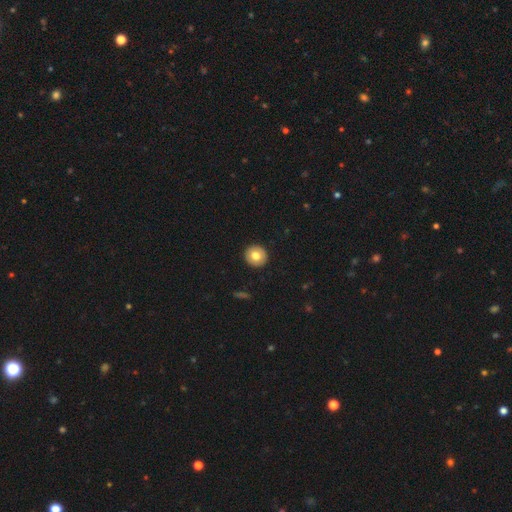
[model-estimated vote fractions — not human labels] Smooth or featured? Predicted: smooth (p=0.78). How rounded? Predicted: round (p=0.95). Merging? Predicted: none (p=0.93).